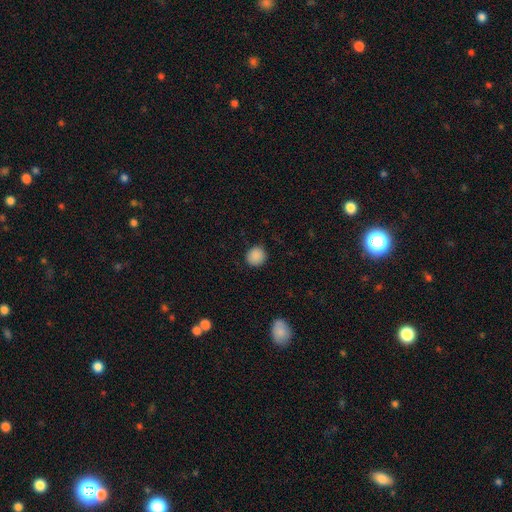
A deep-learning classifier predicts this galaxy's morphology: Smooth or featured? smooth (88%)
How rounded? round (88%)
Merging? none (88%)